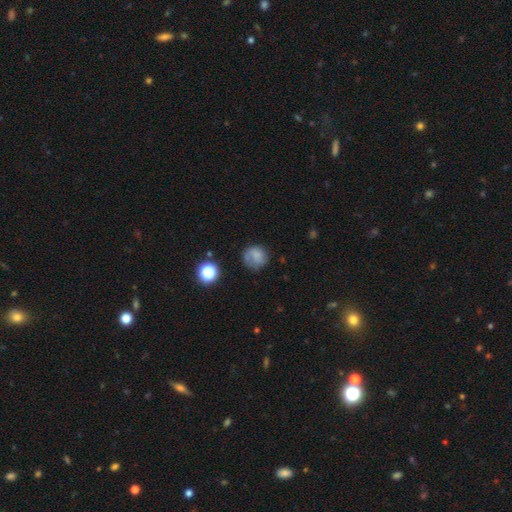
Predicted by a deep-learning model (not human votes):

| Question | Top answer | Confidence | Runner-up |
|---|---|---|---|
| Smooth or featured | smooth | 67% | featured or disk (22%) |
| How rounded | round | 83% | in between (16%) |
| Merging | none | 61% | minor disturbance (22%) |